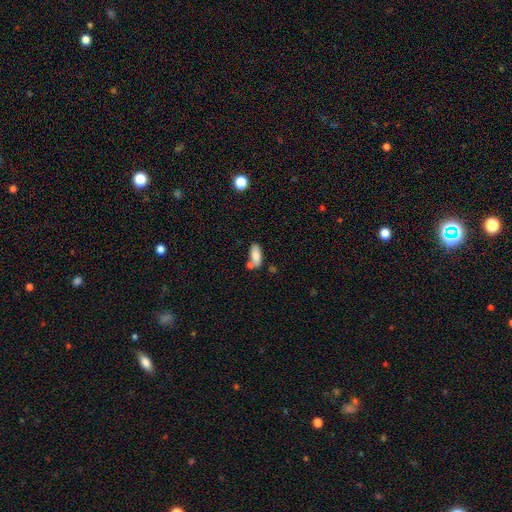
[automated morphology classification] Overall: smooth (81%). How rounded: in between (84%). Merging: none (55%; merger 22%).